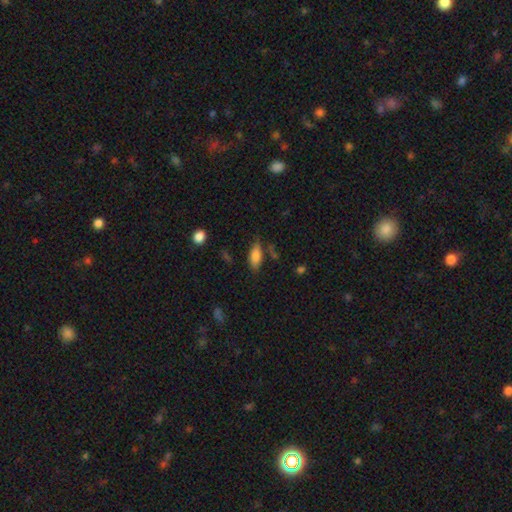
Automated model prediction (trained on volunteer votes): Overall: smooth (80%). How rounded: in between (79%). Merging: none (72%).